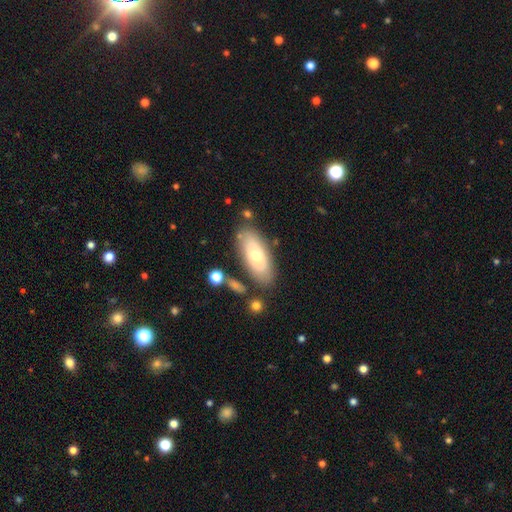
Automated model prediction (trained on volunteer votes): smooth-or-featured: smooth: 53% | featured or disk: 40% | star or artifact: 6%
  how-rounded: in between: 86% | cigar-shaped: 11% | round: 3%
  merging: none: 77% | minor disturbance: 14% | merger: 5% | major disturbance: 4%